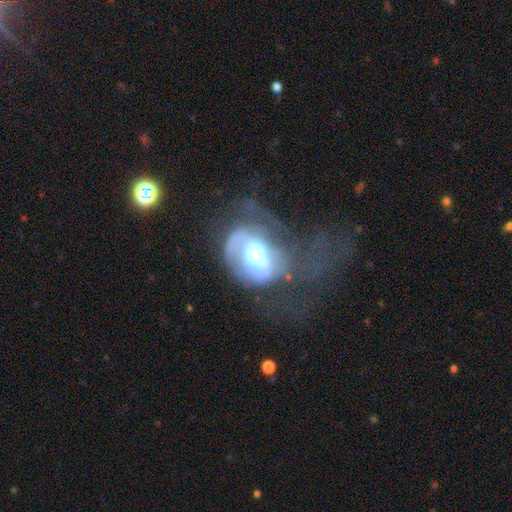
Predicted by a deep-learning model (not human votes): This is possibly a featured or disk galaxy (57%). It is clearly not viewed edge-on (96%). Bar: possibly no (53%). Spiral arm pattern: possibly no (53%). Central bulge: marginally moderate (42%). Merging: possibly major disturbance (54%).